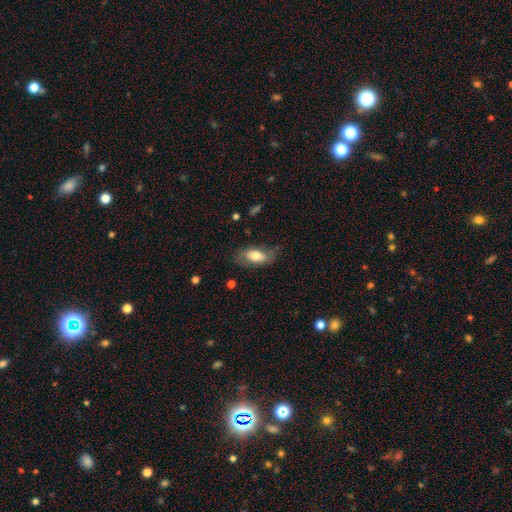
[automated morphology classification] This appears to be a smooth galaxy with no disk features (68%) that is in between round and cigar-shaped (87%). Merging: none (65%).